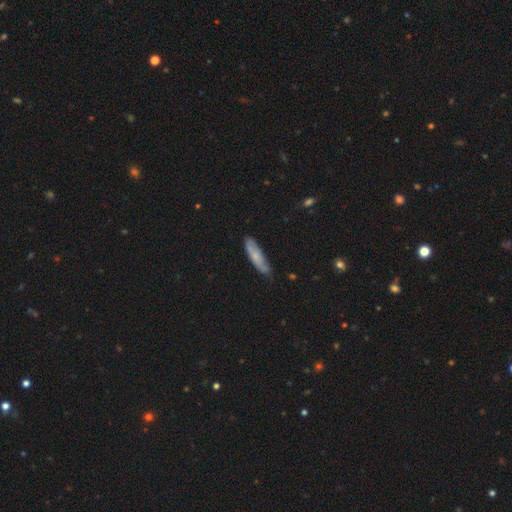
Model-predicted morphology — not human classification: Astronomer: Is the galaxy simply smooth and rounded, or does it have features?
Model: smooth — 61%.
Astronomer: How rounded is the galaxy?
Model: cigar-shaped — 66%.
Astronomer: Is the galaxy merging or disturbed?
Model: none — 69%.